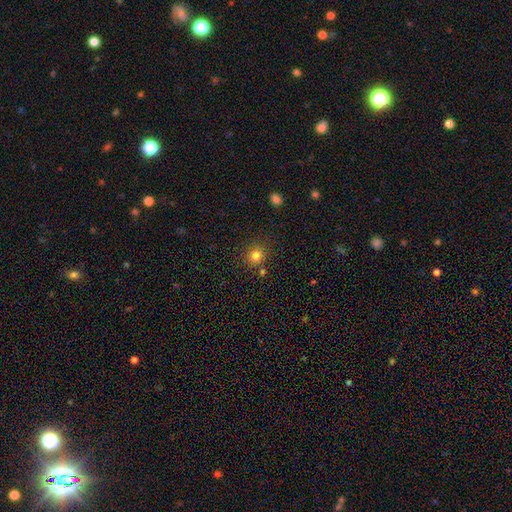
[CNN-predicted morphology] Smooth or featured: smooth — 81% (star or artifact — 14%)
How rounded: round — 87% (in between — 12%)
Merging: none — 82% (minor disturbance — 9%)